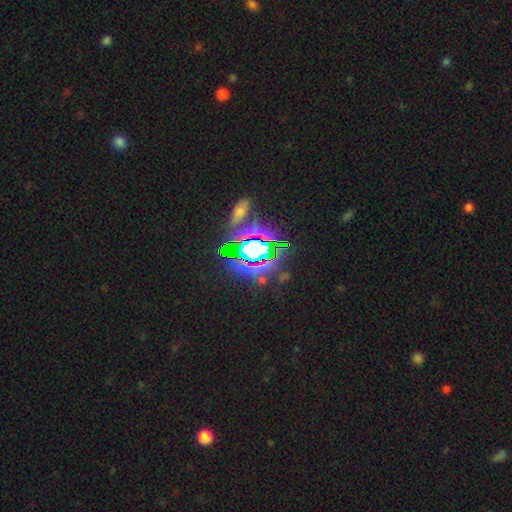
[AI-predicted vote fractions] This appears to be a star or artifact, not a galaxy (76%).